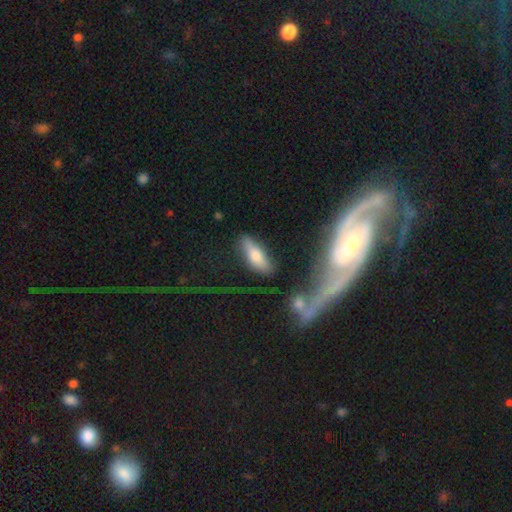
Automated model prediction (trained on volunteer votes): Morphology: type=smooth (60%); roundness=in between (55%); merging=none (70%).